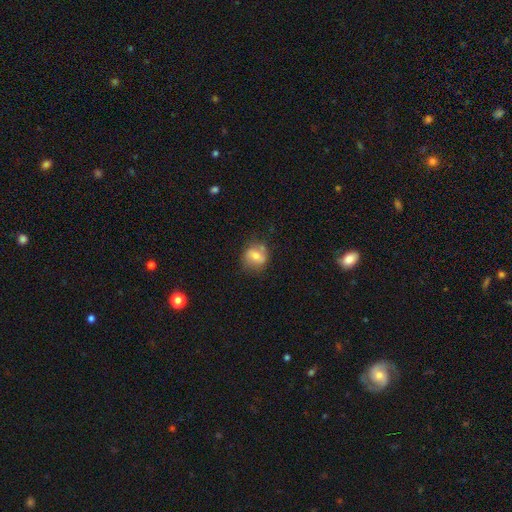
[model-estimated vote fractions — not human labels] Q: Smooth or featured?
A: smooth (64%); runner-up: featured or disk (27%)
Q: How rounded?
A: round (72%); runner-up: in between (27%)
Q: Merging?
A: none (68%); runner-up: minor disturbance (21%)